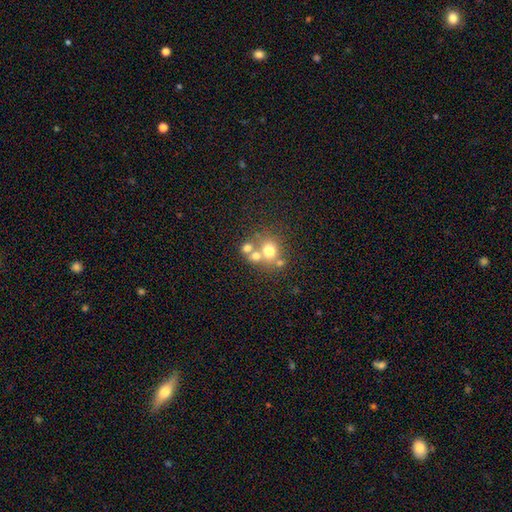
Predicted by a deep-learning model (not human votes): Smooth or featured? Predicted: smooth (p=0.65). How rounded? Predicted: round (p=0.78). Merging? Predicted: merger (p=0.45).